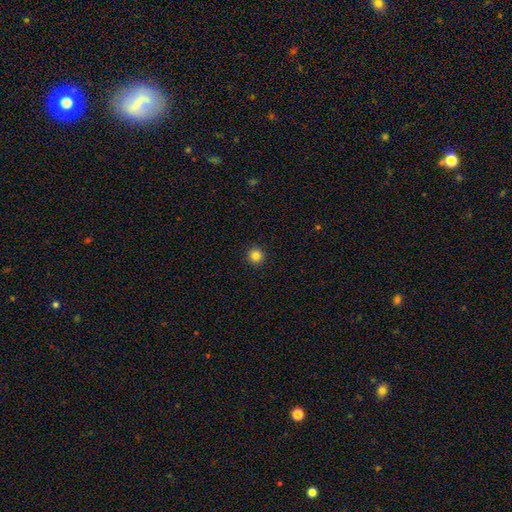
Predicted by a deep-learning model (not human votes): smooth_or_featured: smooth (p=0.84) [alt: star or artifact p=0.11]
how_rounded: round (p=0.95) [alt: in between p=0.04]
merging: none (p=0.93) [alt: minor disturbance p=0.05]